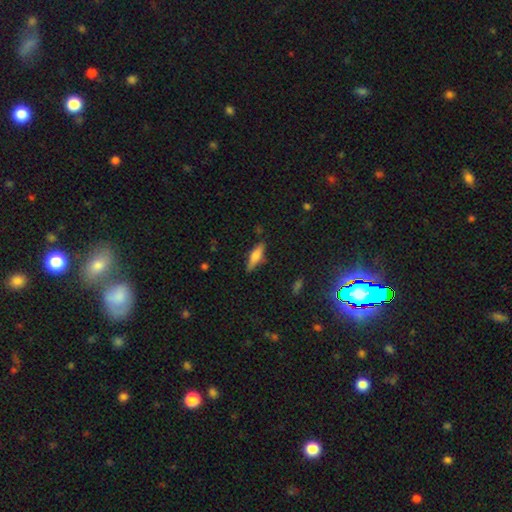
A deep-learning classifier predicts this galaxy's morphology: smooth-or-featured: smooth: 65% | featured or disk: 28% | star or artifact: 7%
  how-rounded: cigar-shaped: 56% | in between: 42% | round: 2%
  merging: none: 81% | minor disturbance: 14% | major disturbance: 3% | merger: 2%